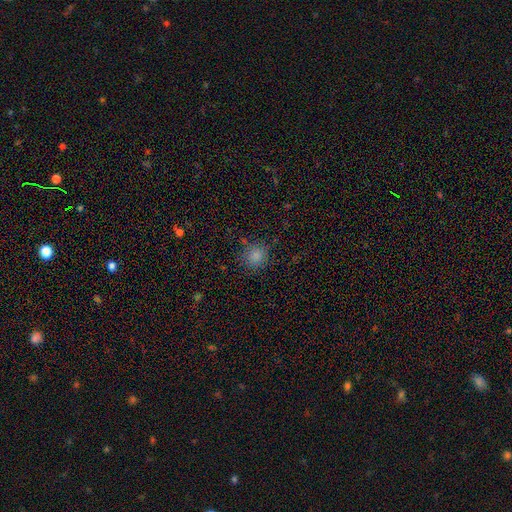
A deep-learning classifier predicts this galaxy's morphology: A smooth galaxy with no disk features (81%) that is round (88%).

Vote fractions:
- Smooth or featured? smooth: 81% / star or artifact: 14% / featured or disk: 5%
- How rounded? round: 88% / in between: 11% / cigar-shaped: 1%
- Merging? none: 82% / minor disturbance: 12% / major disturbance: 4% / merger: 2%